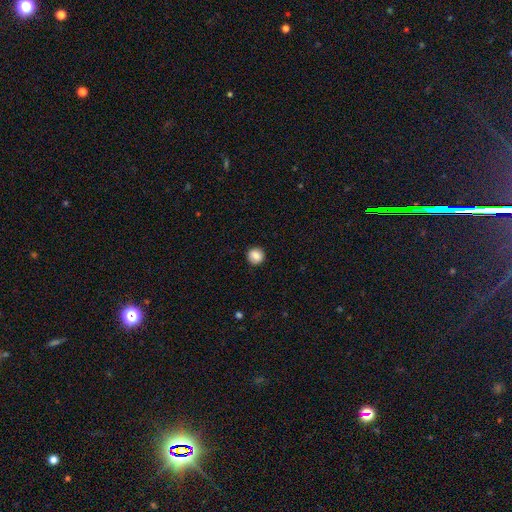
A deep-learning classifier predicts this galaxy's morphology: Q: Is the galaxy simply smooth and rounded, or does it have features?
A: smooth — 85%.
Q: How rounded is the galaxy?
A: round — 93%.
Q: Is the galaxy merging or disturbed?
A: none — 91%.